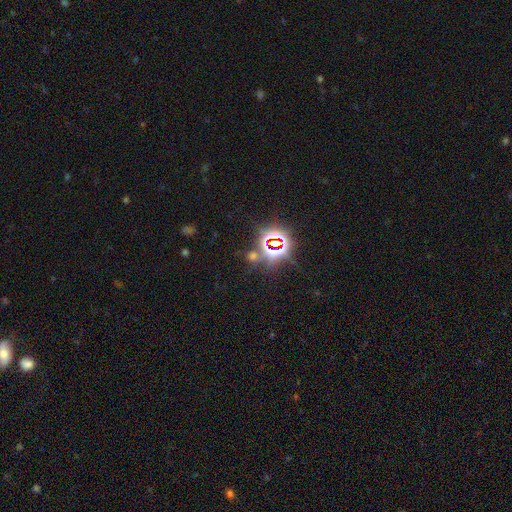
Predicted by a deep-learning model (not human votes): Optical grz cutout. It shows a star or artifact, not a galaxy (78%).